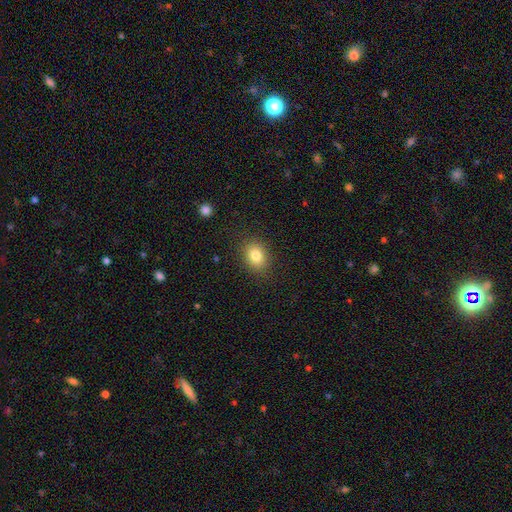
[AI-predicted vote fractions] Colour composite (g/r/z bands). It shows a smooth galaxy with no disk features (82%) that is in between round and cigar-shaped (55%). Merging: none (86%).